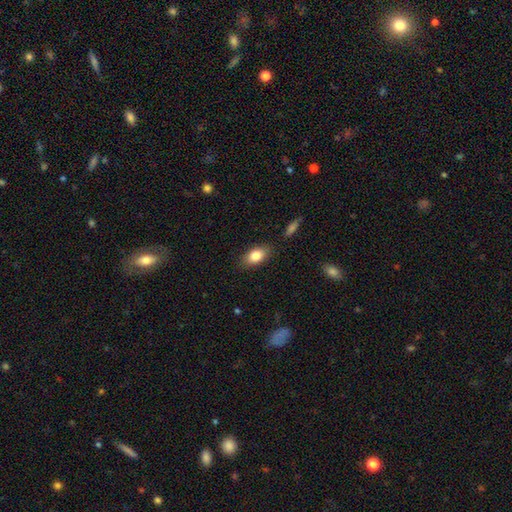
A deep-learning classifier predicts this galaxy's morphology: This appears to be a smooth galaxy with no disk features (83%) that is in between round and cigar-shaped (88%). Merging: none (85%).